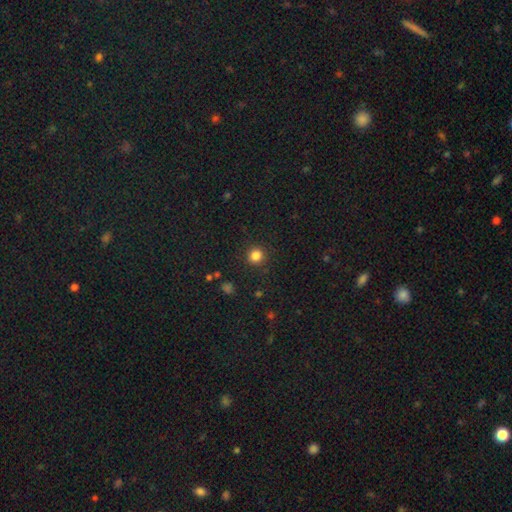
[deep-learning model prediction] Overall: smooth (84%). How rounded: round (93%). Merging: none (91%).